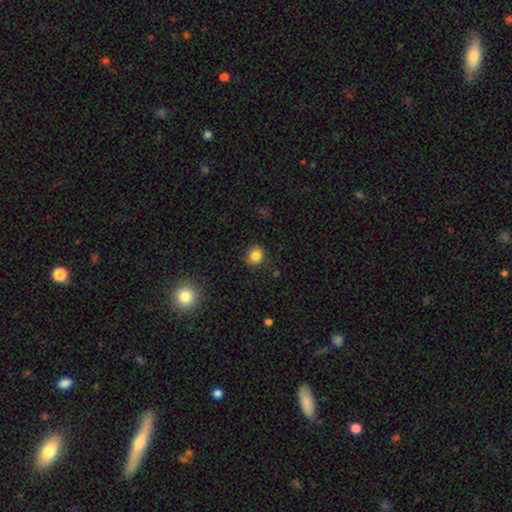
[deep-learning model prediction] A smooth galaxy with no disk features (84%) that is round (71%).

Vote fractions:
- Smooth or featured? smooth: 84% / star or artifact: 11% / featured or disk: 5%
- How rounded? round: 71% / in between: 28% / cigar-shaped: 1%
- Merging? none: 84% / minor disturbance: 12% / major disturbance: 3% / merger: 1%